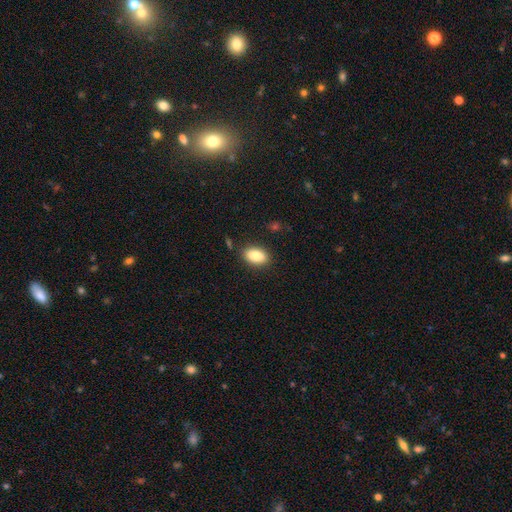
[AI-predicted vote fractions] Smooth or featured?
  - smooth: 87% *
  - star or artifact: 7%
  - featured or disk: 6%
How rounded?
  - in between: 91% *
  - round: 6%
  - cigar-shaped: 3%
Merging?
  - none: 86% *
  - minor disturbance: 10%
  - major disturbance: 3%
  - merger: 2%